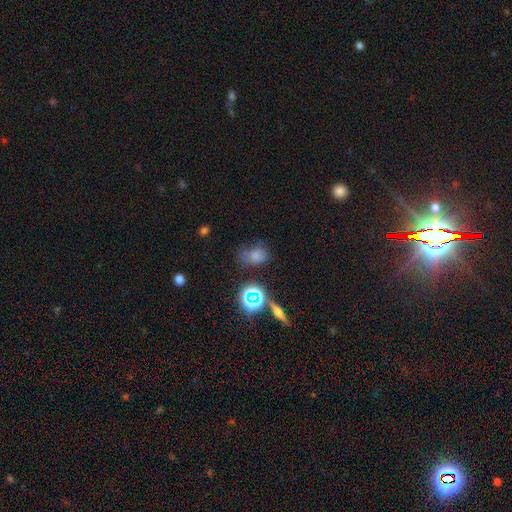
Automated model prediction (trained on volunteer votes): Morphology: type=smooth (53%); roundness=in between (56%); merging=none (59%).